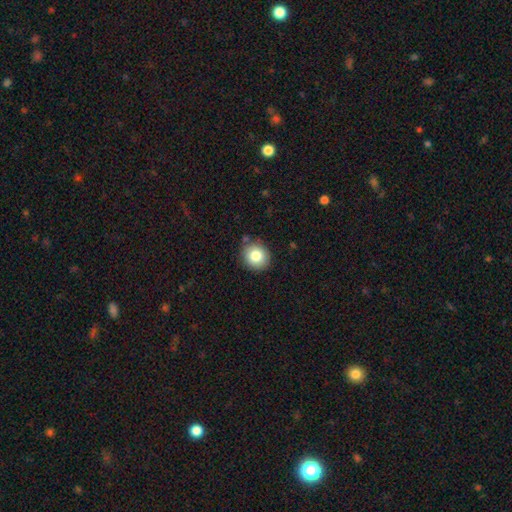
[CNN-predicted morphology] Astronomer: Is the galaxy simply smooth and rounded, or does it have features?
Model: smooth — 81%.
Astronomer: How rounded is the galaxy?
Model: round — 81%.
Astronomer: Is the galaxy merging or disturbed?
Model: none — 85%.